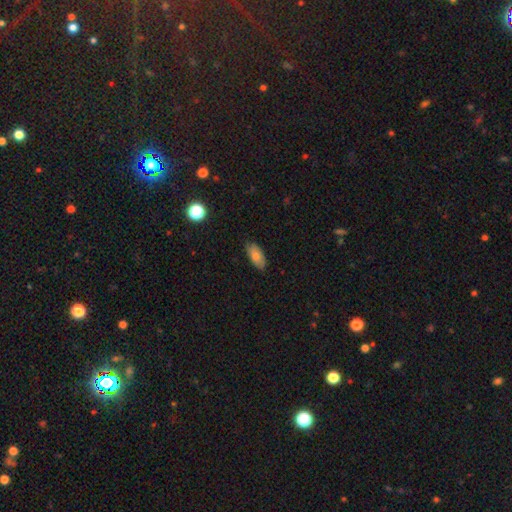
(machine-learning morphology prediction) Smooth or featured?
  - smooth: 76% *
  - featured or disk: 16%
  - star or artifact: 8%
How rounded?
  - in between: 90% *
  - cigar-shaped: 7%
  - round: 3%
Merging?
  - none: 84% *
  - minor disturbance: 13%
  - major disturbance: 2%
  - merger: 1%